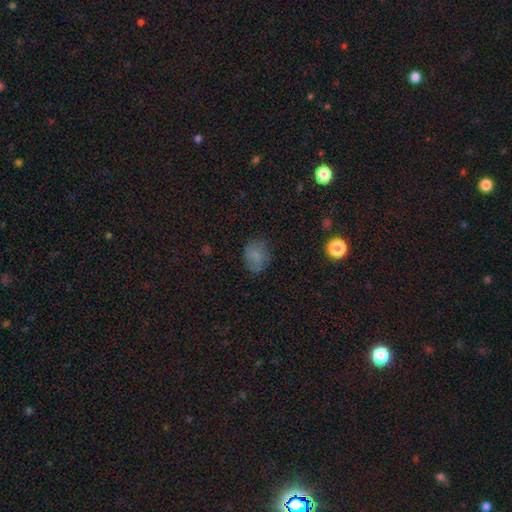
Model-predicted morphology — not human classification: Smooth or featured? Predicted: smooth (p=0.73). How rounded? Predicted: in between (p=0.52). Merging? Predicted: none (p=0.69).